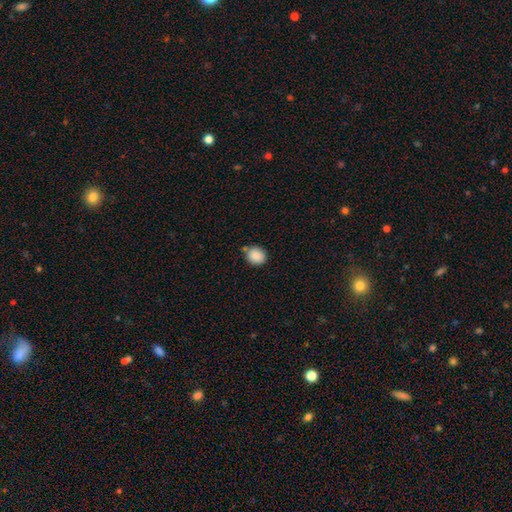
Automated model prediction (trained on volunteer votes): Morphology: type=smooth (88%); roundness=round (67%); merging=none (74%).